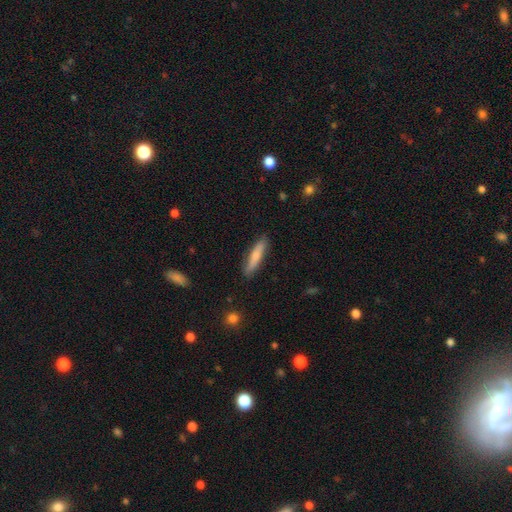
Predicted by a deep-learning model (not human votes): Smooth or featured? smooth (70%)
How rounded? cigar-shaped (85%)
Merging? none (87%)